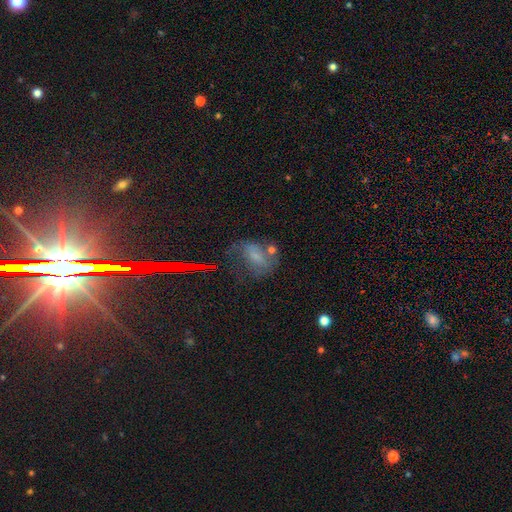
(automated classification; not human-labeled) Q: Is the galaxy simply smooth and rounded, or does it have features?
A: smooth — 46%.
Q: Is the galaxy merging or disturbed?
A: none — 40%.